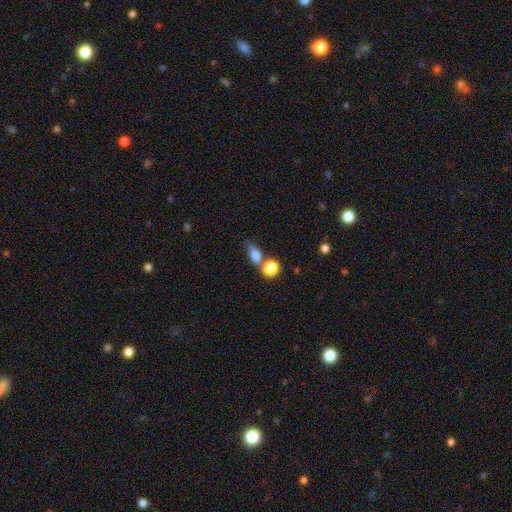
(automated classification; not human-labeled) This is likely a smooth galaxy (74%). How rounded: possibly in between (49%). Merging: marginally merger (40%).